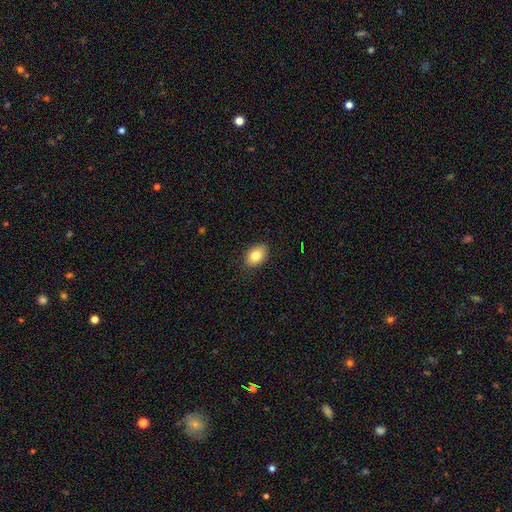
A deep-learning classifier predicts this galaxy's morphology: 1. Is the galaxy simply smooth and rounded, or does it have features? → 82% smooth, 10% featured or disk, 8% star or artifact.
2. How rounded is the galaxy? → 85% in between, 14% round, 1% cigar-shaped.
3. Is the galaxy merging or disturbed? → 87% none, 10% minor disturbance, 2% major disturbance, 1% merger.